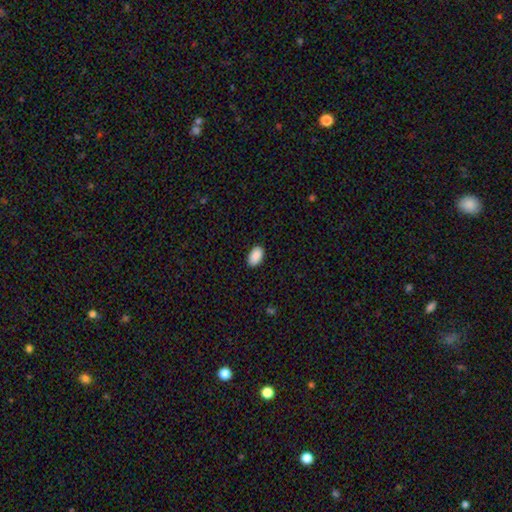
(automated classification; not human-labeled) This appears to be a smooth galaxy with no disk features (91%) that is in between round and cigar-shaped (94%). Merging: none (89%).